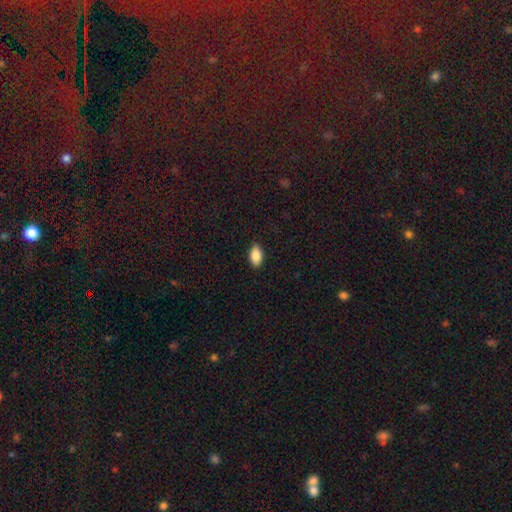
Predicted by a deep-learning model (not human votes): Smooth or featured? Predicted: smooth (p=0.85). How rounded? Predicted: in between (p=0.91). Merging? Predicted: none (p=0.86).